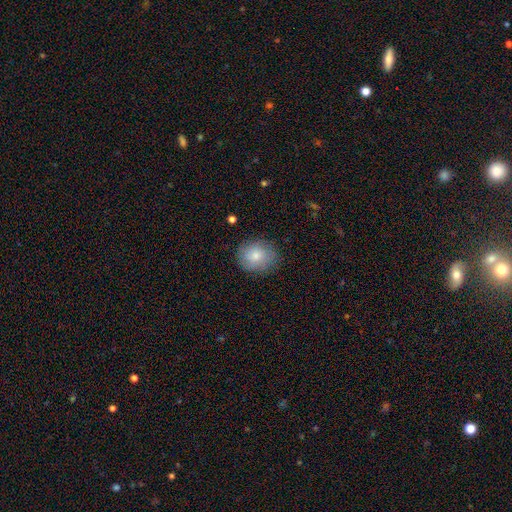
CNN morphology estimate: smooth 80%, featured or disk 12%, star or artifact 8%. Down the decision tree: how rounded — round (70%); merging — none (81%).